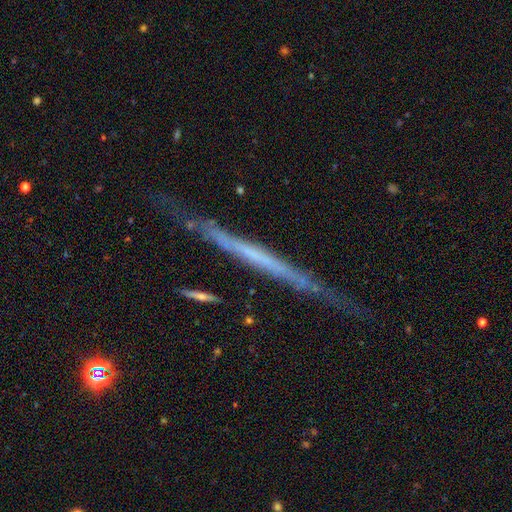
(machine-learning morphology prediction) This appears to be a featured or disk galaxy (70%) viewed edge-on (95%) with no central bulge (87%). Merging: none (78%).